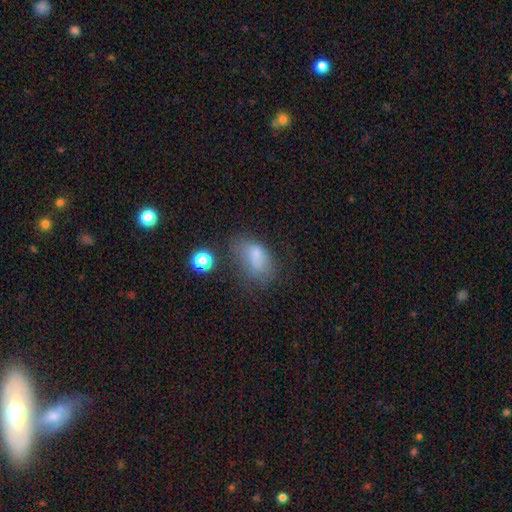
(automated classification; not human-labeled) Q: Smooth or featured?
A: smooth (70%); runner-up: featured or disk (16%)
Q: How rounded?
A: in between (85%); runner-up: round (11%)
Q: Merging?
A: none (44%); runner-up: minor disturbance (29%)